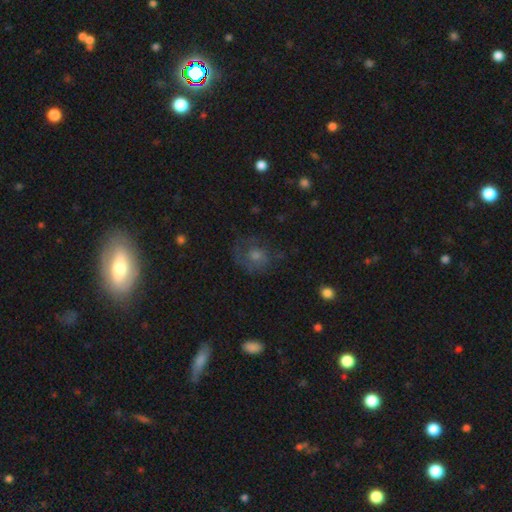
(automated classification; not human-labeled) This is possibly a featured or disk galaxy (46%). Merging: likely none (63%).